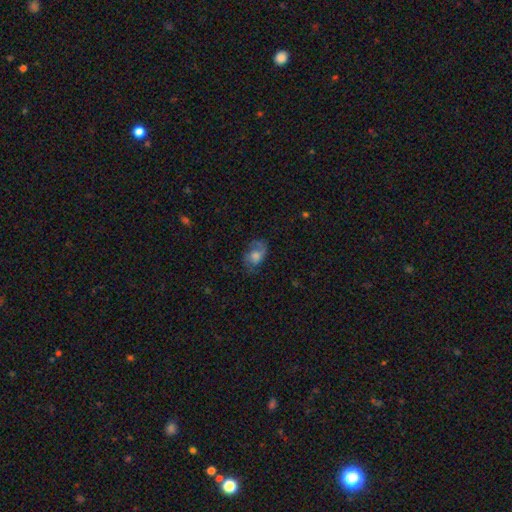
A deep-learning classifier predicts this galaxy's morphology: Smooth or featured? smooth (47%)
Merging? none (57%)